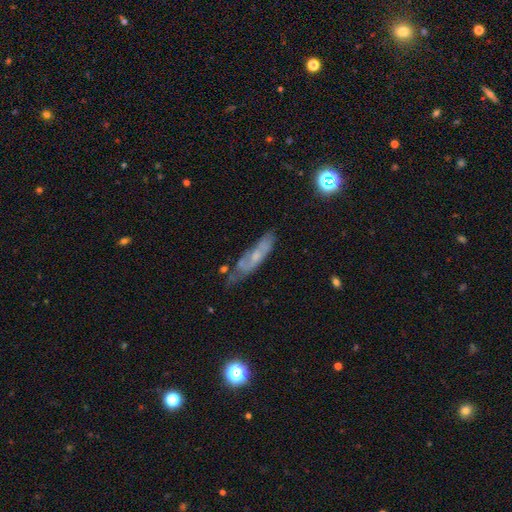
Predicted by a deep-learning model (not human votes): Overall: featured or disk (54%; smooth 36%). Edge-on disk: no (64%; yes 36%). Merging: none (52%; minor disturbance 30%).